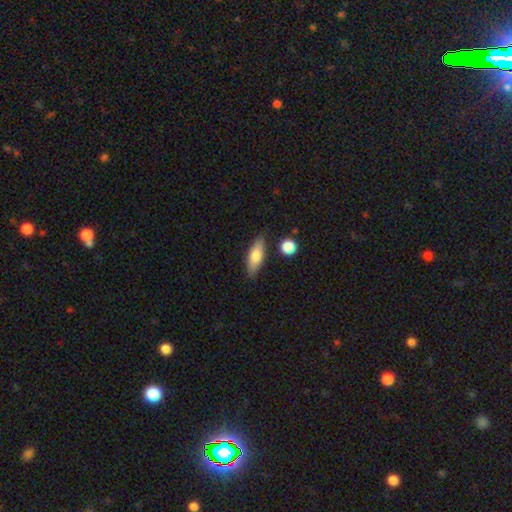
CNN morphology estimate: Smooth or featured: smooth — 72% (featured or disk — 21%)
How rounded: in between — 62% (cigar-shaped — 35%)
Merging: none — 81% (minor disturbance — 13%)